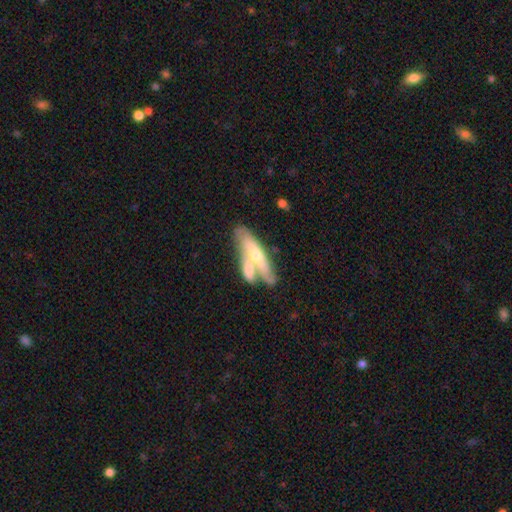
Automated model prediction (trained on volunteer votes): Morphology: type=featured or disk (49%); merging=merger (47%).